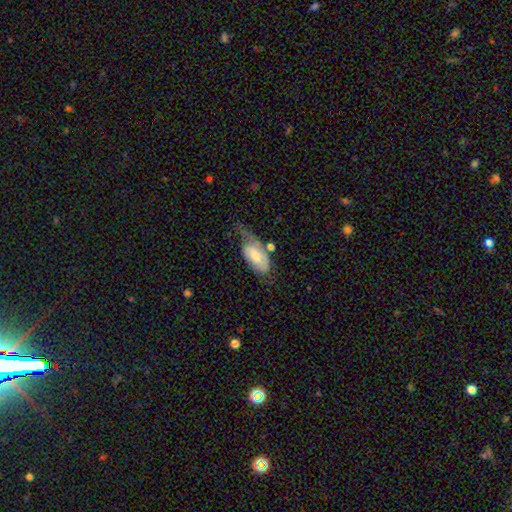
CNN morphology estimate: A smooth galaxy with no disk features (55%) that is in between round and cigar-shaped (91%). Merging: major disturbance (39%).